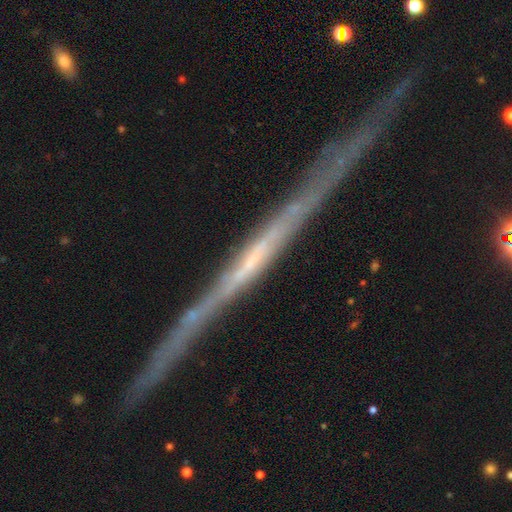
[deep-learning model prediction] smooth_or_featured: featured or disk (p=0.76) [alt: star or artifact p=0.13]
disk_edge_on: yes (p=0.96) [alt: no p=0.04]
edge_on_bulge: none (p=0.64) [alt: rounded p=0.25]
merging: none (p=0.88) [alt: minor disturbance p=0.08]